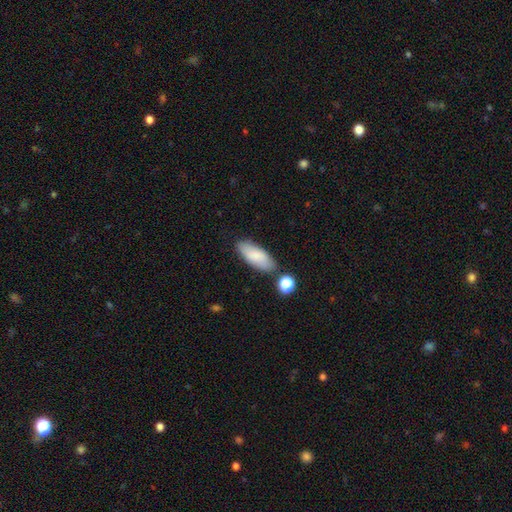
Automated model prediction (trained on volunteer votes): Morphology: type=smooth (82%); roundness=in between (75%); merging=none (76%).